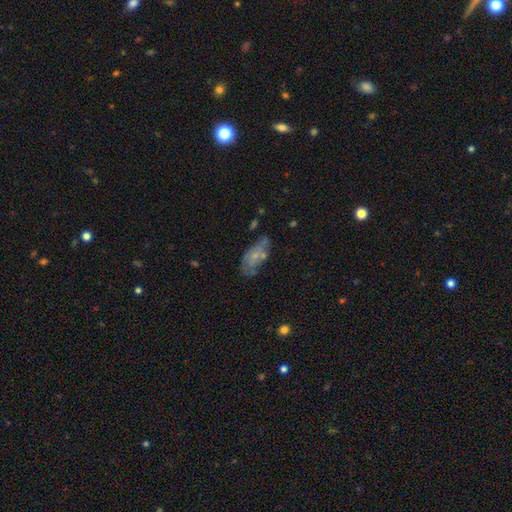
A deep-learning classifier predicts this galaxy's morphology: Q: Smooth or featured?
A: smooth (47%); runner-up: featured or disk (44%)
Q: Merging?
A: none (48%); runner-up: minor disturbance (28%)